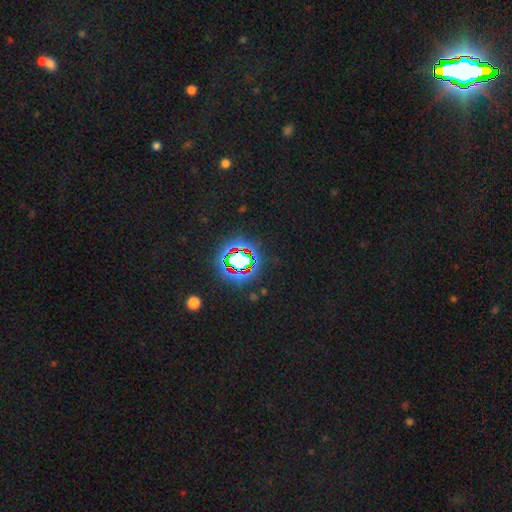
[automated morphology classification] Smooth or featured?
  - star or artifact: 79% *
  - smooth: 13%
  - featured or disk: 8%